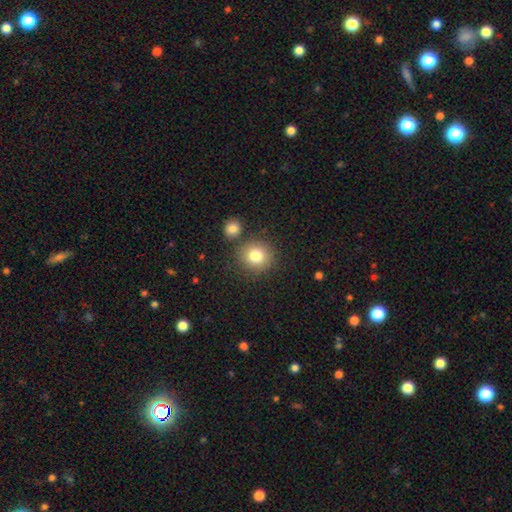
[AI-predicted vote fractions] This appears to be a smooth galaxy with no disk features (81%) that is round (88%). Merging: none (77%).